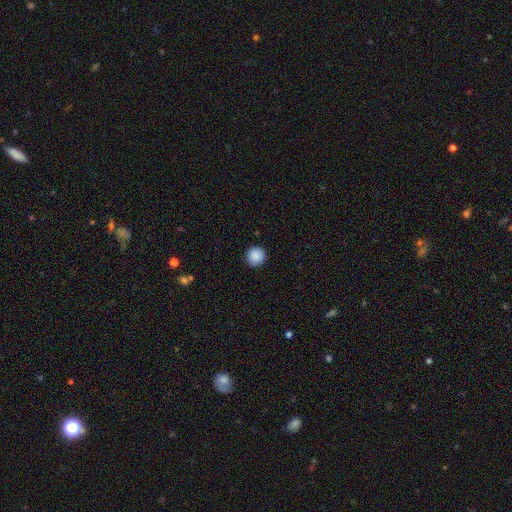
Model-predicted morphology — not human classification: Smooth or featured? smooth (89%)
How rounded? round (96%)
Merging? none (92%)